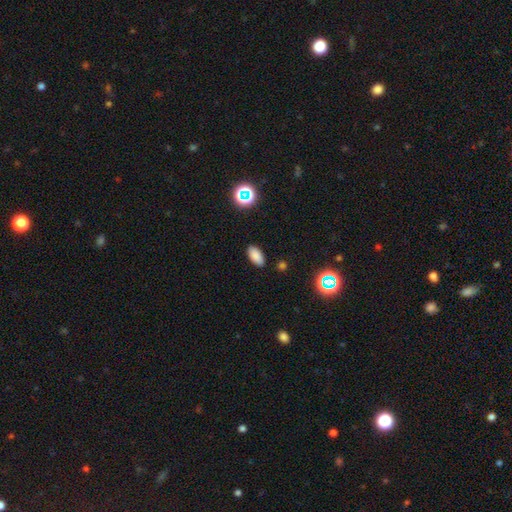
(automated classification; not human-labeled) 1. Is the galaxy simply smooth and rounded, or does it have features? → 83% smooth, 12% star or artifact, 5% featured or disk.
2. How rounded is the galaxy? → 92% in between, 5% cigar-shaped, 3% round.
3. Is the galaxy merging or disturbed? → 88% none, 9% minor disturbance, 2% major disturbance, 1% merger.